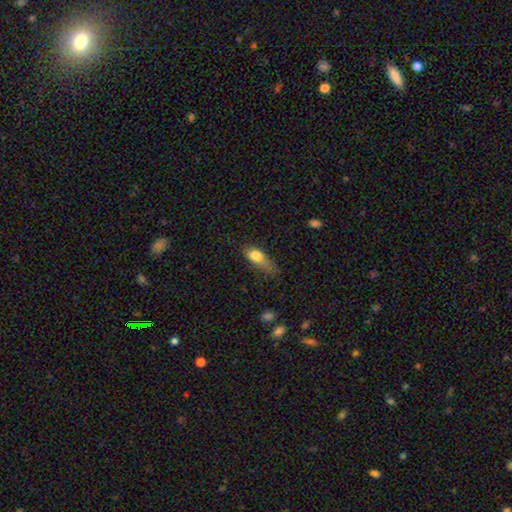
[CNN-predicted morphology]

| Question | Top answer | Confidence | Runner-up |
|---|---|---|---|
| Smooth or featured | smooth | 78% | featured or disk (14%) |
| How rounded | in between | 73% | cigar-shaped (20%) |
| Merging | minor disturbance | 39% | none (30%) |